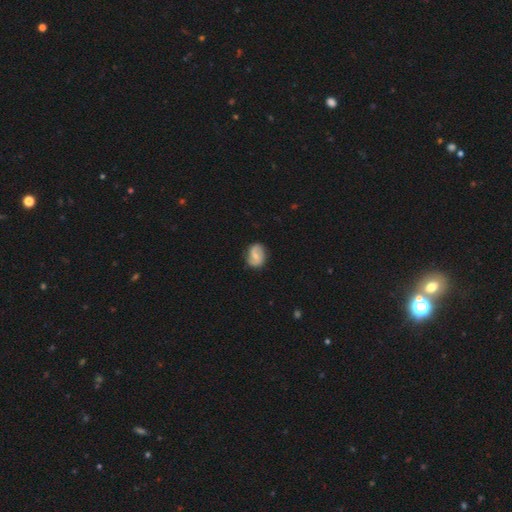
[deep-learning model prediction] Smooth or featured?
  - featured or disk: 59% *
  - smooth: 35%
  - star or artifact: 6%
Edge-on disk?
  - no: 97% *
  - yes: 3%
Bar?
  - no: 46% *
  - weak: 44%
  - strong: 11%
Spiral arms?
  - yes: 86% *
  - no: 14%
Bulge size?
  - small: 48% *
  - moderate: 45%
  - none: 5%
  - large: 2%
  - dominant: 1%
Merging?
  - none: 77% *
  - minor disturbance: 18%
  - major disturbance: 4%
  - merger: 1%